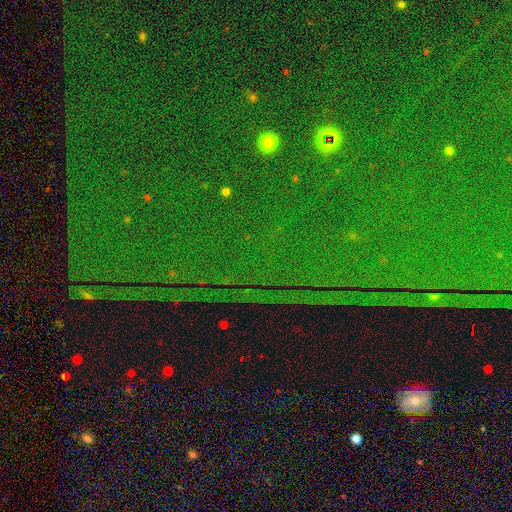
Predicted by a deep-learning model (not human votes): This appears to be a star or artifact, not a galaxy (84%).